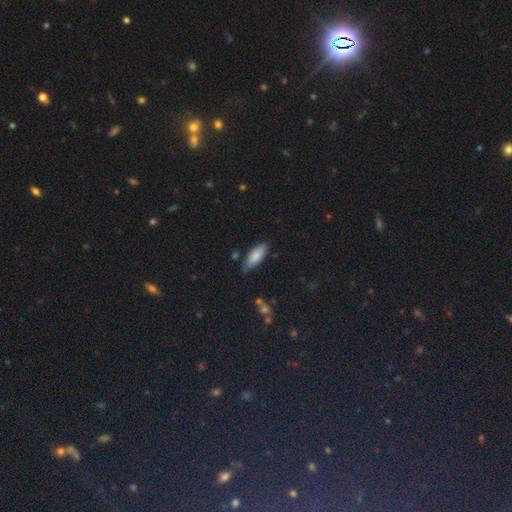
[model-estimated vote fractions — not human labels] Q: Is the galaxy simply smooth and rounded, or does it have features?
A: smooth — 84%.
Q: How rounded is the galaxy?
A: in between — 81%.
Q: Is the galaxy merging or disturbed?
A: none — 72%.